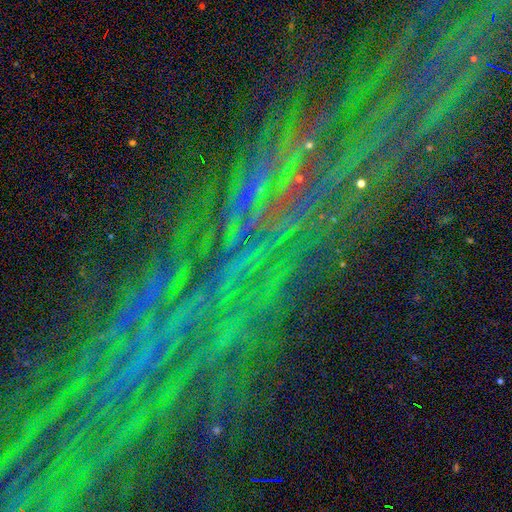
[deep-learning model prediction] This appears to be a star or artifact, not a galaxy (82%).